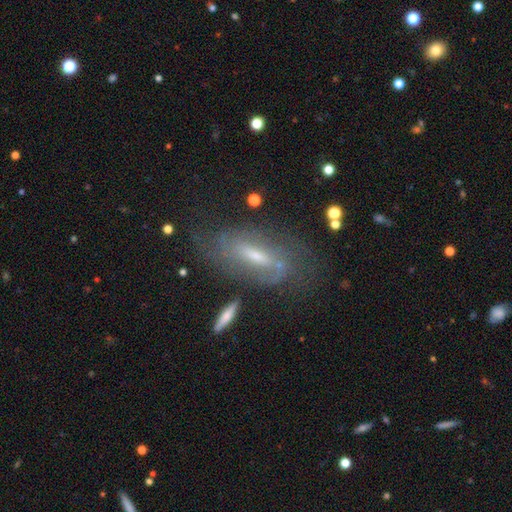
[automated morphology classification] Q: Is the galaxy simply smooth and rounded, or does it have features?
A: featured or disk — 77%.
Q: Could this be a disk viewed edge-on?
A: no — 84%.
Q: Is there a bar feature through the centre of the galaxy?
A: weak — 49%.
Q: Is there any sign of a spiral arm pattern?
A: yes — 88%.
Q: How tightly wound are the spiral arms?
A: tight — 45%.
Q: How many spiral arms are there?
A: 2 — 42%.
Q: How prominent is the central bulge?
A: small — 44%.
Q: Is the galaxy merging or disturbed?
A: none — 65%.